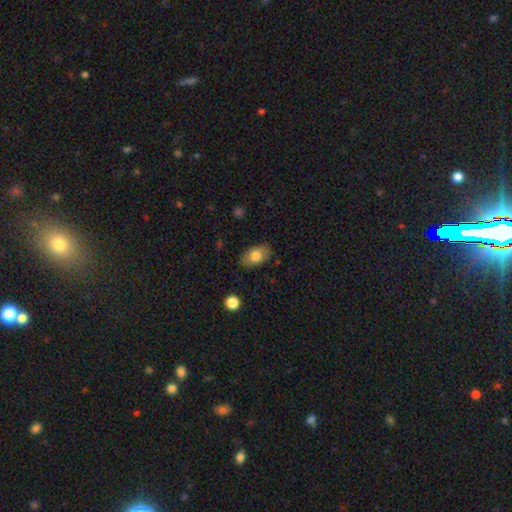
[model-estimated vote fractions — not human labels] Morphology: type=smooth (76%); roundness=in between (90%); merging=none (82%).